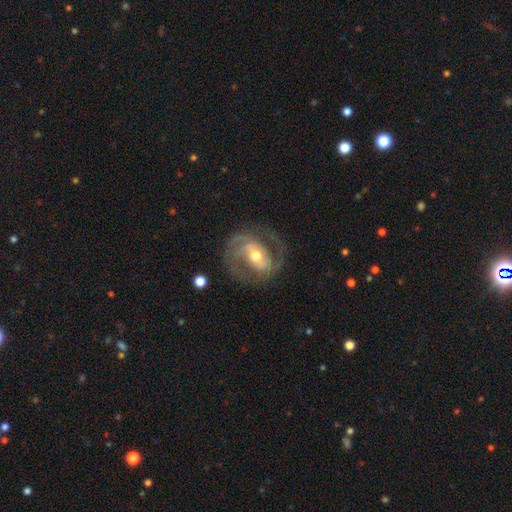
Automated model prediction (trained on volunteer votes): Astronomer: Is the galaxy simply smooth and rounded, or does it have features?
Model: featured or disk — 86%.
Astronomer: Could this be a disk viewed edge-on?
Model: no — 97%.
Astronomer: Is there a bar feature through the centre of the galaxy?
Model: weak — 39% (runner-up: strong, 32%).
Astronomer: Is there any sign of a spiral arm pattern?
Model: yes — 94%.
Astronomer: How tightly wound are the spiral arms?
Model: medium — 50% (runner-up: tight, 34%).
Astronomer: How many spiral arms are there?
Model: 2 — 80%.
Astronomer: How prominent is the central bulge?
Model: moderate — 69%.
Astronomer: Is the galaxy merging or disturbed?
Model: none — 73%.